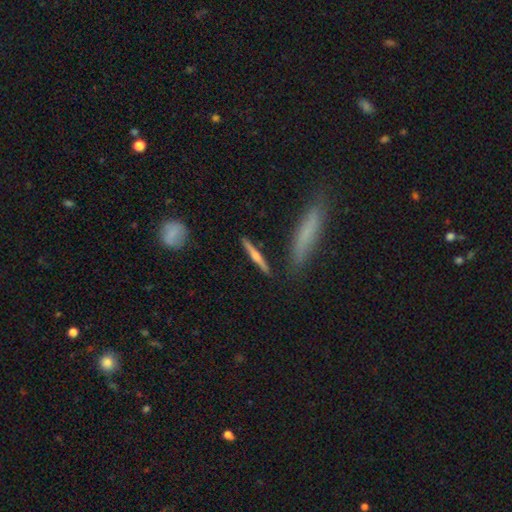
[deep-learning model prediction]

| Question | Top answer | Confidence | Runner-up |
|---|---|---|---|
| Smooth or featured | featured or disk | 54% | smooth (39%) |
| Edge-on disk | yes | 95% | no (5%) |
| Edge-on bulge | rounded | 72% | none (20%) |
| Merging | none | 84% | minor disturbance (9%) |